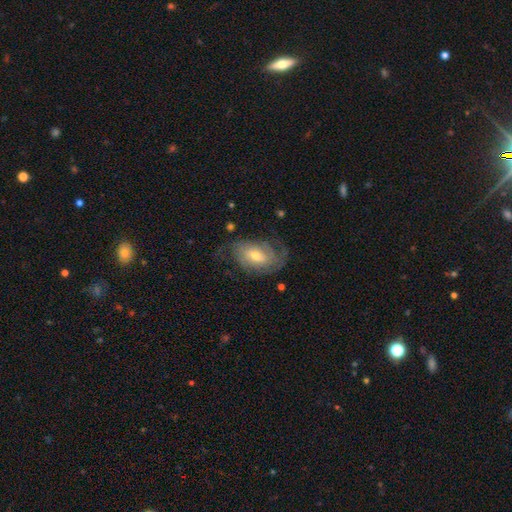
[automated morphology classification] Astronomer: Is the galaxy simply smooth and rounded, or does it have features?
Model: featured or disk — 73%.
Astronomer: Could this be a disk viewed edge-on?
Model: no — 95%.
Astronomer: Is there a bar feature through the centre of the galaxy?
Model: weak — 44%, tied with no at 44%.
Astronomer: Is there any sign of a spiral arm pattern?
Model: yes — 89%.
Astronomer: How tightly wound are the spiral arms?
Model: medium — 39% (runner-up: tight, 38%).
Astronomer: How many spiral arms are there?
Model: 2 — 48% (runner-up: can't tell, 27%).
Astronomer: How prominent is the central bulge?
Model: moderate — 58% (runner-up: small, 35%).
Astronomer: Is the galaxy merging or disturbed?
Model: none — 58%.